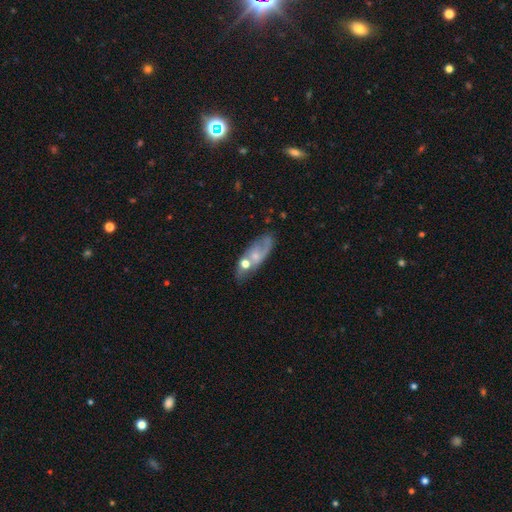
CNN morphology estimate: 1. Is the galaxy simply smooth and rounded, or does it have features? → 53% featured or disk, 37% smooth, 9% star or artifact.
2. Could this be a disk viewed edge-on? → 85% no, 15% yes.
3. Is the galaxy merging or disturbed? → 49% none, 20% merger, 19% minor disturbance, 12% major disturbance.